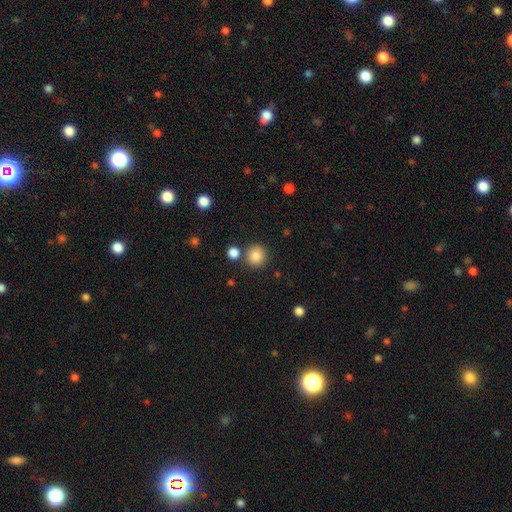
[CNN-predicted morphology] The model was most divided on "merging": none: 82%, minor disturbance: 8%, merger: 7%, major disturbance: 3%. More confident: how rounded — round (93%); smooth or featured — smooth (85%).